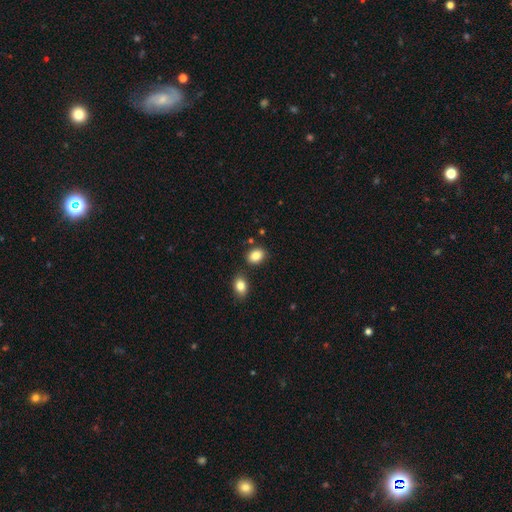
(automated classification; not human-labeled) Morphology: type=smooth (86%); roundness=in between (73%); merging=none (77%).